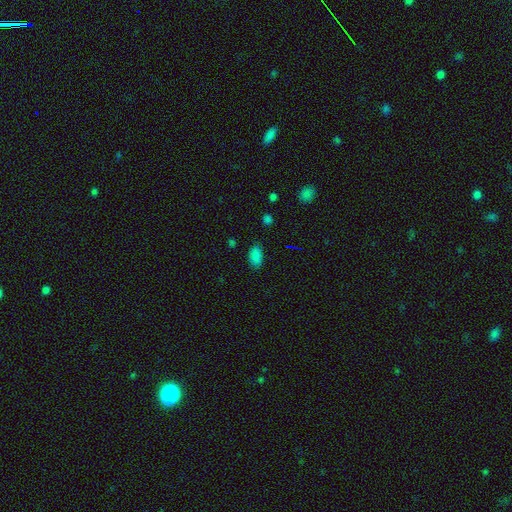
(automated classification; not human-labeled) The model was most divided on "smooth or featured": smooth: 82%, star or artifact: 14%, featured or disk: 4%. More confident: how rounded — in between (93%); merging — none (82%).